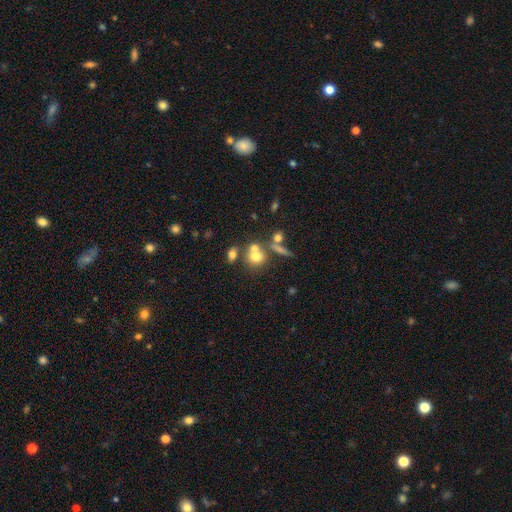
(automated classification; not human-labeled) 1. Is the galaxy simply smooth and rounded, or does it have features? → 49% star or artifact, 37% smooth, 15% featured or disk.